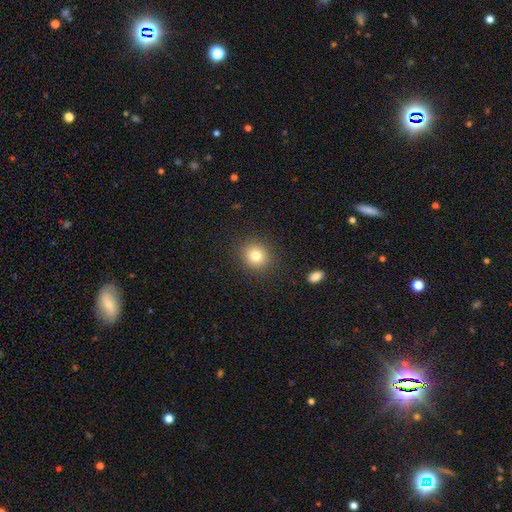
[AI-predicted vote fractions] Smooth or featured?
  - smooth: 80% *
  - star or artifact: 11%
  - featured or disk: 8%
How rounded?
  - round: 82% *
  - in between: 17%
  - cigar-shaped: 1%
Merging?
  - none: 89% *
  - minor disturbance: 7%
  - major disturbance: 3%
  - merger: 1%